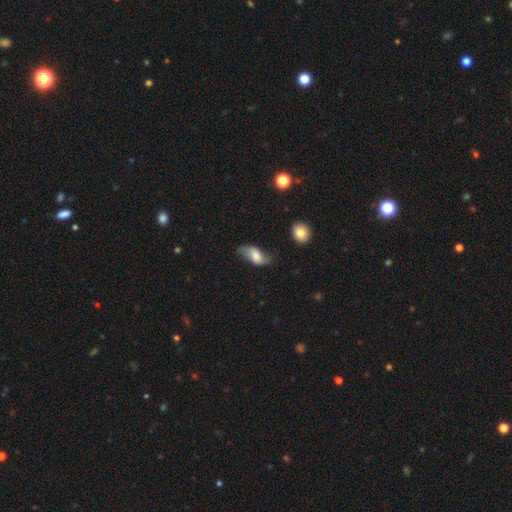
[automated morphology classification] Smooth or featured: smooth — 55% (featured or disk — 37%)
How rounded: in between — 88% (cigar-shaped — 7%)
Merging: none — 52% (minor disturbance — 32%)